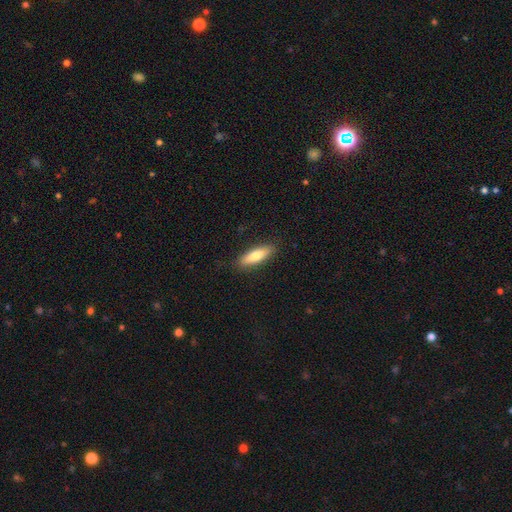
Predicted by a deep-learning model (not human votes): Morphology: type=smooth (68%); roundness=cigar-shaped (58%); merging=none (89%).